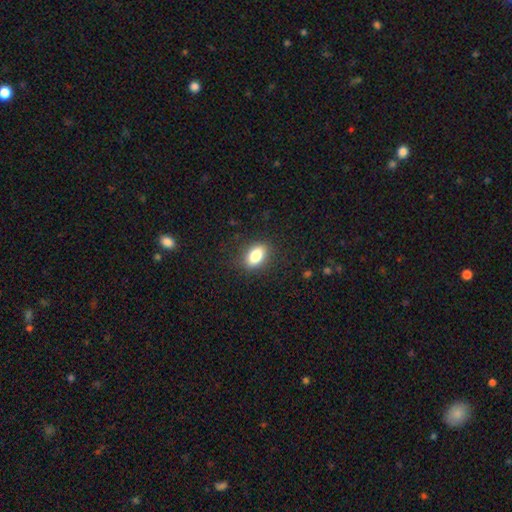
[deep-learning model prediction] This appears to be a smooth galaxy with no disk features (82%) that is in between round and cigar-shaped (84%). Merging: none (86%).